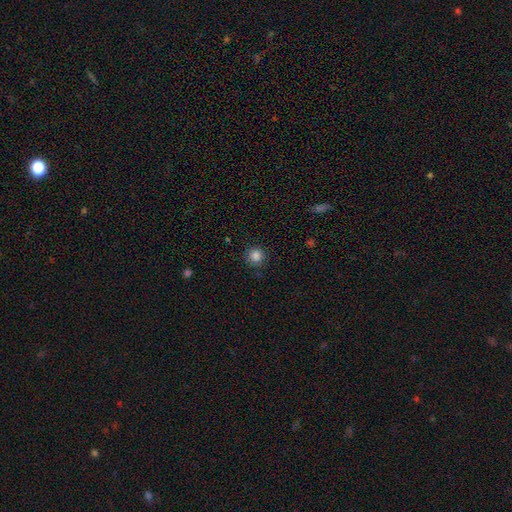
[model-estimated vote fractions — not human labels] Q: Smooth or featured?
A: smooth (85%); runner-up: star or artifact (12%)
Q: How rounded?
A: round (95%); runner-up: in between (4%)
Q: Merging?
A: none (90%); runner-up: minor disturbance (7%)